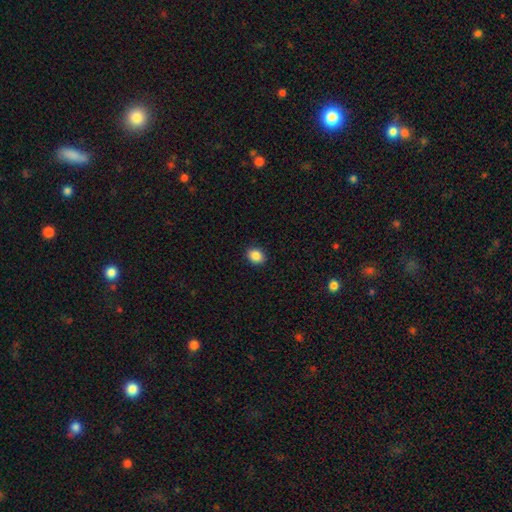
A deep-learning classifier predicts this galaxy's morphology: Smooth or featured?
  - smooth: 88% *
  - star or artifact: 9%
  - featured or disk: 3%
How rounded?
  - round: 53% *
  - in between: 46%
  - cigar-shaped: 1%
Merging?
  - none: 91% *
  - minor disturbance: 7%
  - major disturbance: 2%
  - merger: 1%